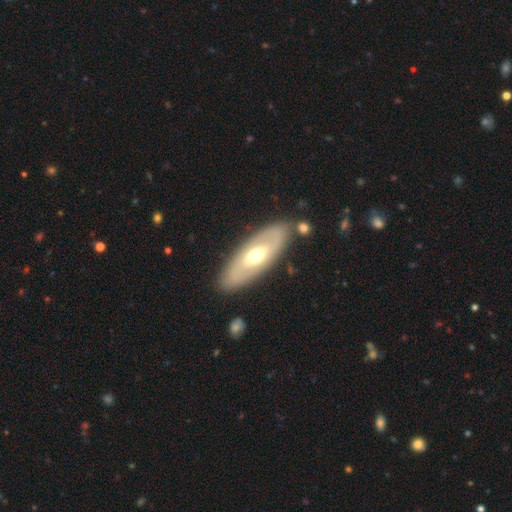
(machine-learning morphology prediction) Smooth or featured? Predicted: featured or disk (p=0.58). Edge-on disk? Predicted: no (p=0.78). Merging? Predicted: none (p=0.83).